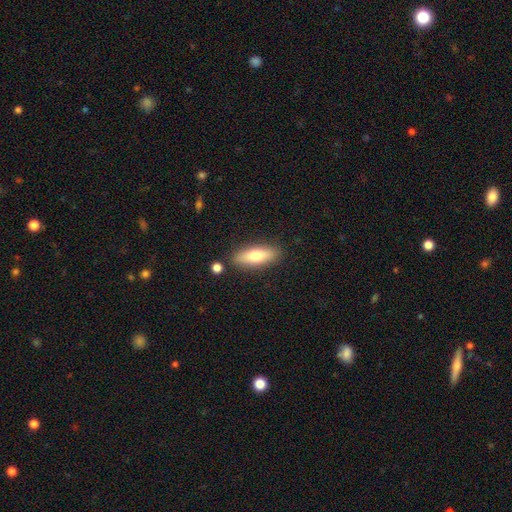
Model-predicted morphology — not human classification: Smooth or featured?
  - smooth: 70% *
  - featured or disk: 23%
  - star or artifact: 6%
How rounded?
  - in between: 57% *
  - cigar-shaped: 41%
  - round: 3%
Merging?
  - none: 84% *
  - minor disturbance: 10%
  - merger: 4%
  - major disturbance: 2%